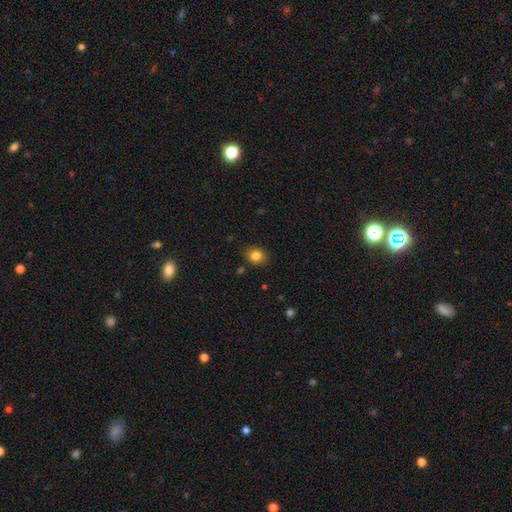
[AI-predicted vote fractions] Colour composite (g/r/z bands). It shows a smooth galaxy with no disk features (83%) that is round (54%). Merging: none (84%).